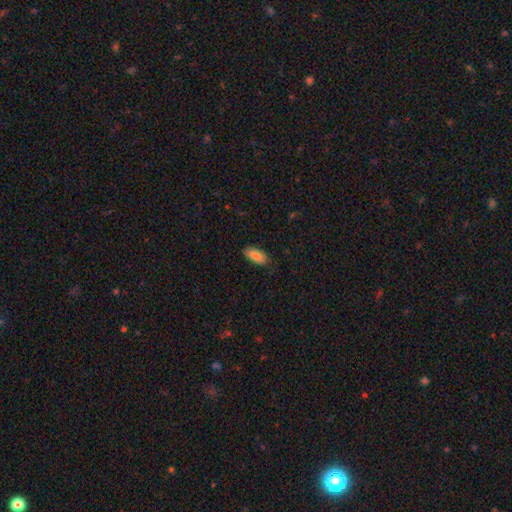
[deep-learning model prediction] smooth_or_featured: smooth (p=0.83) [alt: featured or disk p=0.11]
how_rounded: in between (p=0.90) [alt: cigar-shaped p=0.07]
merging: none (p=0.83) [alt: minor disturbance p=0.14]